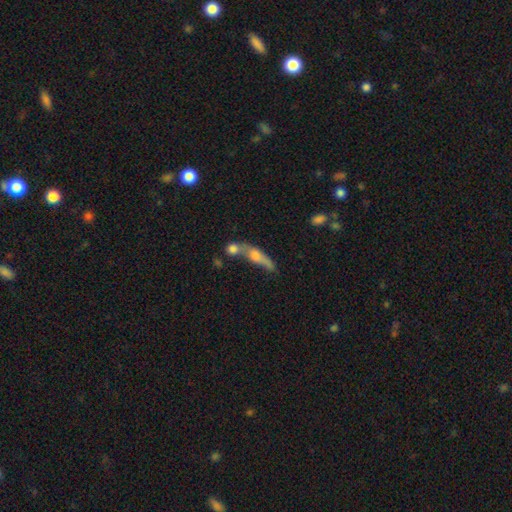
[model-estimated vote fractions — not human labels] Smooth or featured? Predicted: smooth (p=0.51). How rounded? Predicted: cigar-shaped (p=0.60). Merging? Predicted: merger (p=0.52).